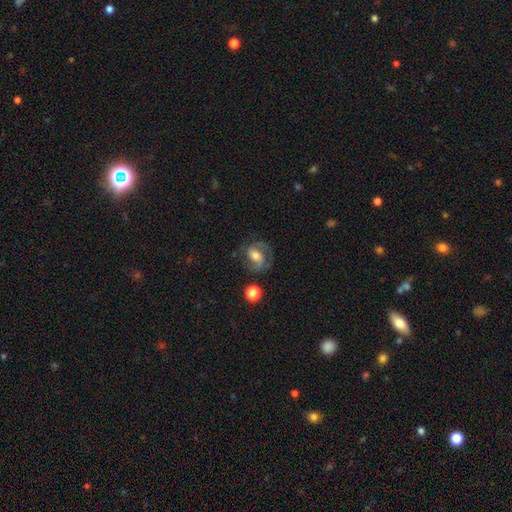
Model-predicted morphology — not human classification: Q: Smooth or featured?
A: featured or disk (63%); runner-up: smooth (28%)
Q: Edge-on disk?
A: no (97%); runner-up: yes (3%)
Q: Bar?
A: no (41%); runner-up: weak (40%)
Q: Spiral arms?
A: yes (87%); runner-up: no (13%)
Q: Spiral winding?
A: medium (48%); runner-up: tight (35%)
Q: Spiral arm count?
A: 2 (75%); runner-up: can't tell (10%)
Q: Bulge size?
A: moderate (60%); runner-up: small (21%)
Q: Merging?
A: none (63%); runner-up: minor disturbance (20%)